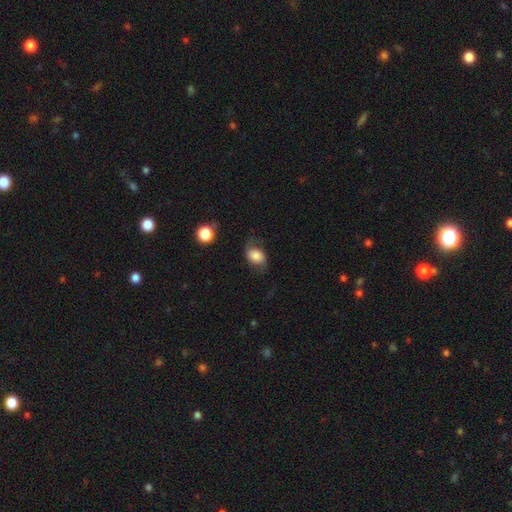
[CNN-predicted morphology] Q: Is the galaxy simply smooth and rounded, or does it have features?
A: smooth — 57%.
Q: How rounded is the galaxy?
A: in between — 70%.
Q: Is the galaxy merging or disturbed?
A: none — 56%.